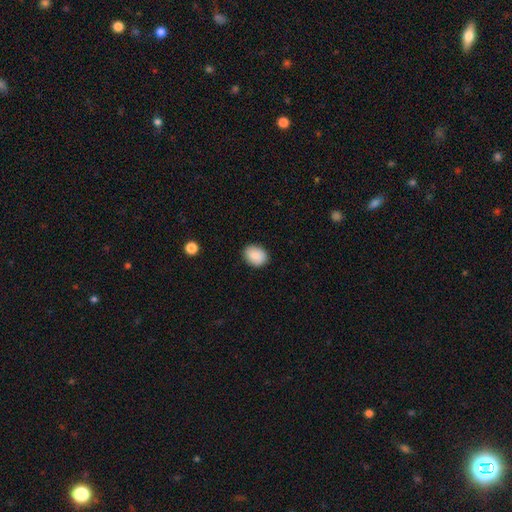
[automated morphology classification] smooth_or_featured: smooth (p=0.89) [alt: star or artifact p=0.07]
how_rounded: in between (p=0.56) [alt: round p=0.44]
merging: none (p=0.89) [alt: minor disturbance p=0.08]